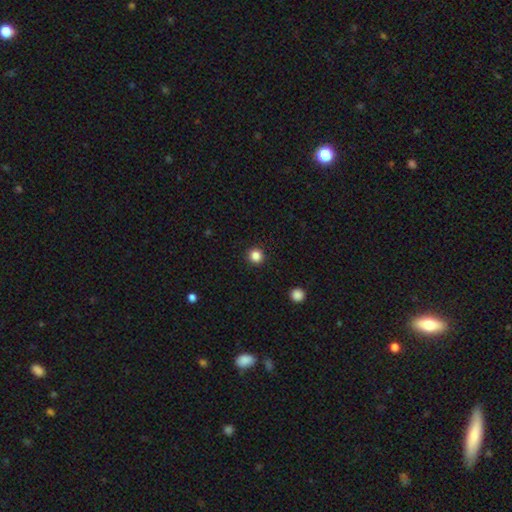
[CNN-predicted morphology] Q: Smooth or featured?
A: smooth (85%); runner-up: star or artifact (12%)
Q: How rounded?
A: round (95%); runner-up: in between (4%)
Q: Merging?
A: none (93%); runner-up: minor disturbance (4%)